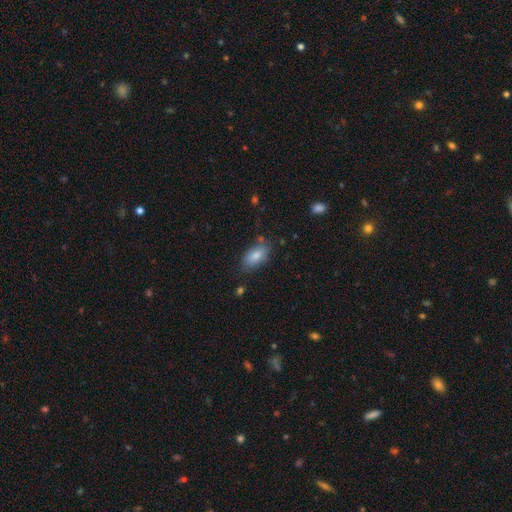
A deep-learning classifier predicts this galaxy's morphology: A smooth galaxy with no disk features (81%) that is in between round and cigar-shaped (91%).

Vote fractions:
- Smooth or featured? smooth: 81% / featured or disk: 11% / star or artifact: 8%
- How rounded? in between: 91% / round: 5% / cigar-shaped: 4%
- Merging? none: 71% / minor disturbance: 20% / major disturbance: 5% / merger: 4%